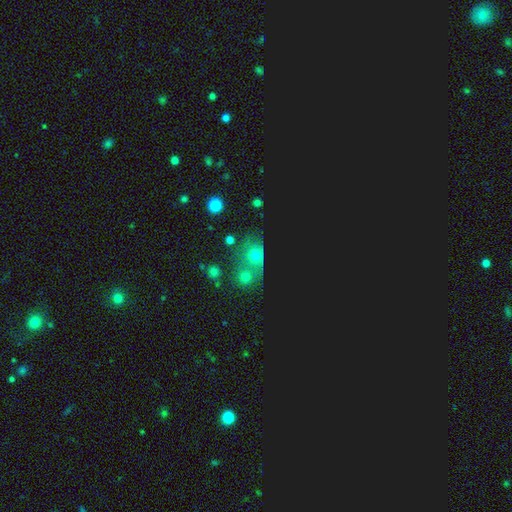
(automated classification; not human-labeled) Q: Smooth or featured?
A: smooth (48%); runner-up: star or artifact (36%)
Q: Merging?
A: none (48%); runner-up: merger (33%)